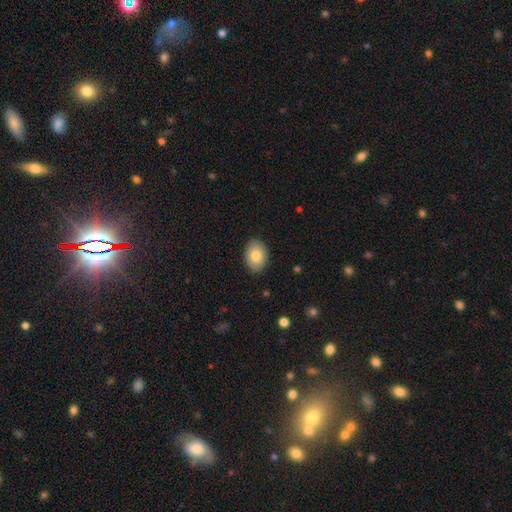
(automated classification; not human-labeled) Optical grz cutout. It shows a smooth galaxy with no disk features (83%) that is in between round and cigar-shaped (81%). Merging: none (88%).